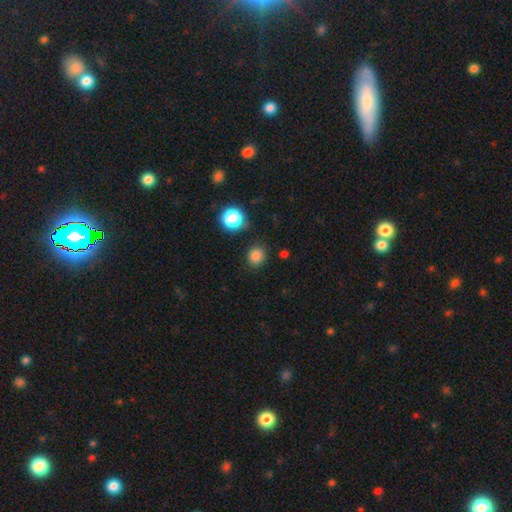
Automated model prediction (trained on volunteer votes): The model was most divided on "smooth or featured": smooth: 83%, star or artifact: 13%, featured or disk: 4%. More confident: how rounded — round (85%); merging — none (85%).